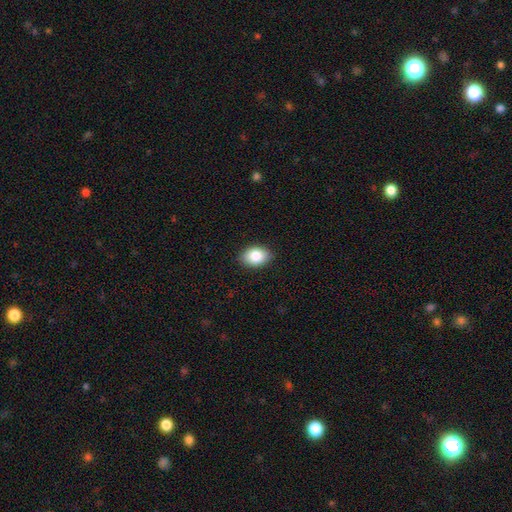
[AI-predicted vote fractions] smooth 85%, star or artifact 8%, featured or disk 7%. Down the decision tree: how rounded — in between (81%); merging — none (87%).